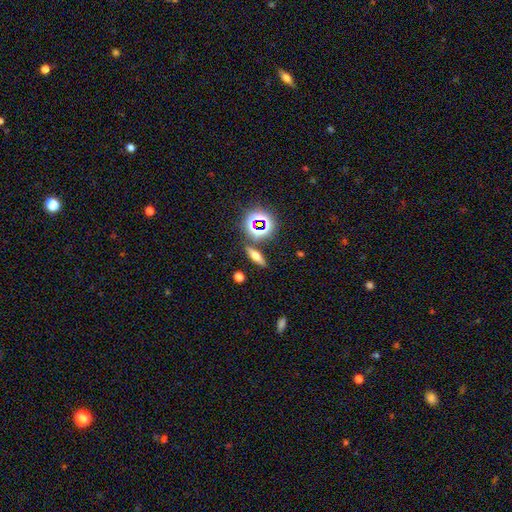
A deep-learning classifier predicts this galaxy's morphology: smooth-or-featured: smooth: 44% | featured or disk: 33% | star or artifact: 23%
  merging: none: 84% | minor disturbance: 8% | merger: 5% | major disturbance: 3%